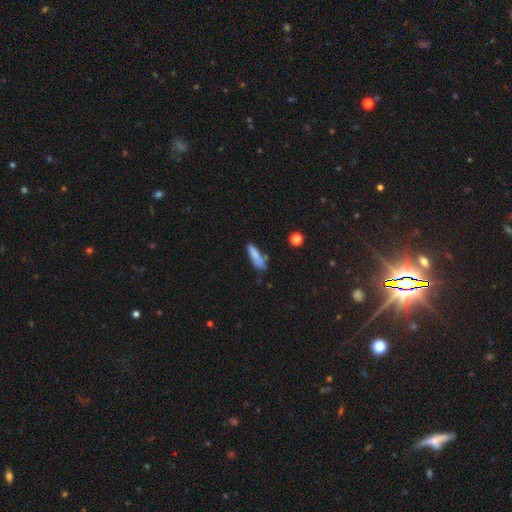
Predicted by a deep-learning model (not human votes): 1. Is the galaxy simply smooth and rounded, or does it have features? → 79% smooth, 13% featured or disk, 8% star or artifact.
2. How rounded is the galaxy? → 63% cigar-shaped, 35% in between, 2% round.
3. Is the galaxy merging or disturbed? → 62% none, 23% minor disturbance, 8% merger, 6% major disturbance.